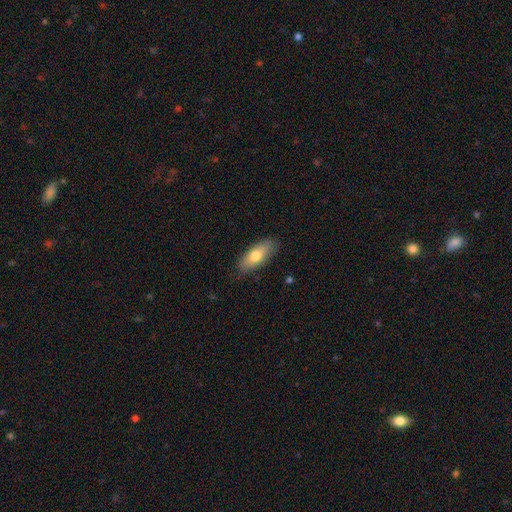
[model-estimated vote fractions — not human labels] Smooth or featured: smooth — 72% (featured or disk — 22%)
How rounded: in between — 75% (cigar-shaped — 23%)
Merging: none — 83% (minor disturbance — 13%)